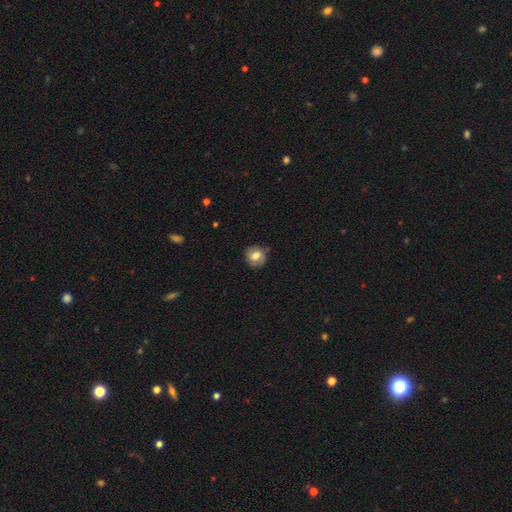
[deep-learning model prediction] The model was most divided on "smooth or featured": smooth: 72%, featured or disk: 19%, star or artifact: 9%. More confident: how rounded — round (84%); merging — none (79%).